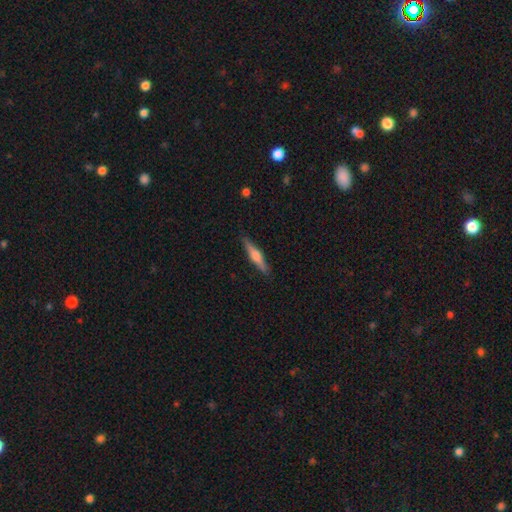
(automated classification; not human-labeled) A featured or disk galaxy (58%) viewed edge-on (97%) with a rounded central bulge (86%).

Vote fractions:
- Smooth or featured? featured or disk: 58% / smooth: 36% / star or artifact: 6%
- Edge-on disk? yes: 97% / no: 3%
- Edge-on bulge? rounded: 86% / boxy: 8% / none: 6%
- Merging? none: 90% / minor disturbance: 8% / major disturbance: 2% / merger: 1%